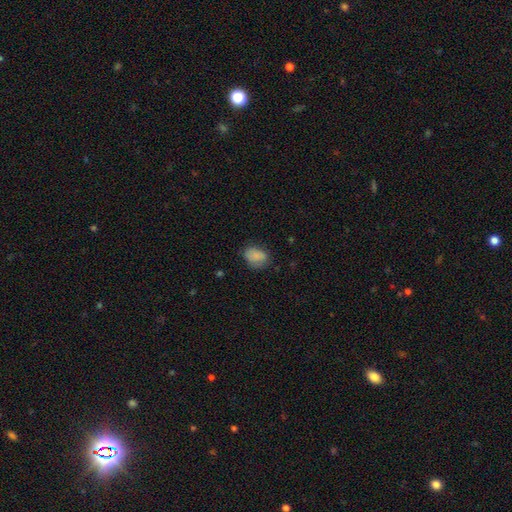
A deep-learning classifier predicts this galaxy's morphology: This appears to be a smooth galaxy with no disk features (84%) that is in between round and cigar-shaped (68%). Merging: none (68%).